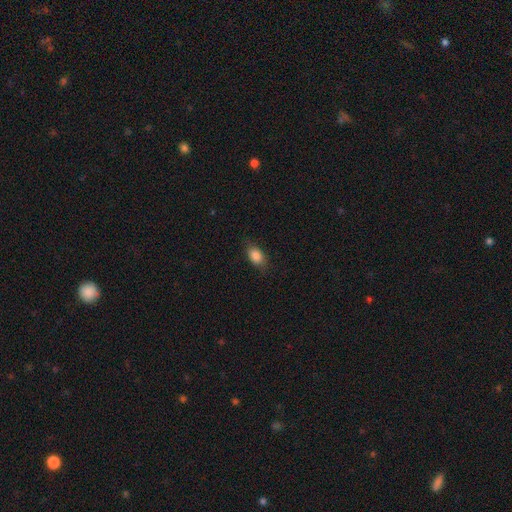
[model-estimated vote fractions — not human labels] Smooth or featured: smooth — 85% (star or artifact — 8%)
How rounded: in between — 83% (round — 13%)
Merging: none — 81% (minor disturbance — 15%)